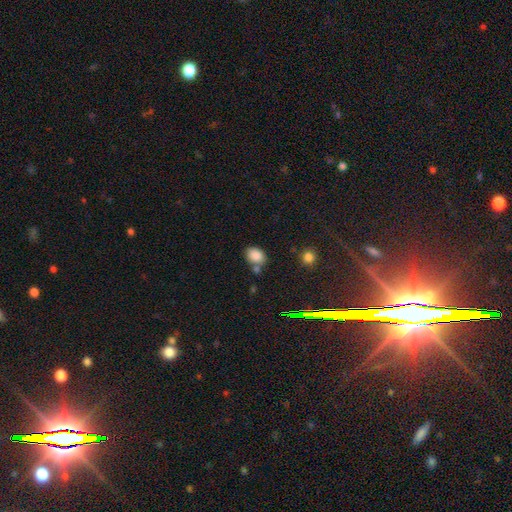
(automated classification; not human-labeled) Smooth or featured? smooth (85%)
How rounded? in between (69%)
Merging? none (62%)